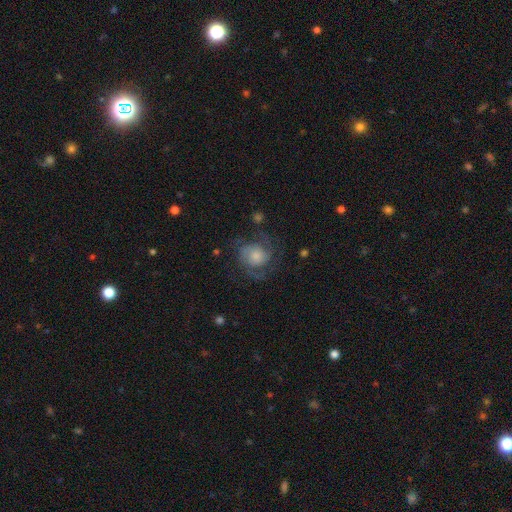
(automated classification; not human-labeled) This appears to be a featured or disk galaxy (76%) with no bar (74%), 2 (57%) medium (45%) spiral arms (94%) and a moderate central bulge (40%). Merging: none (70%).